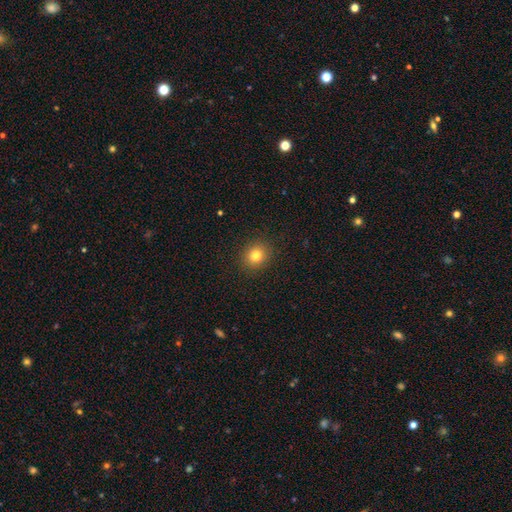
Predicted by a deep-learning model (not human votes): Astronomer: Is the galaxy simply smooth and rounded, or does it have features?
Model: smooth — 81%.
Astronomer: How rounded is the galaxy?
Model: round — 80%.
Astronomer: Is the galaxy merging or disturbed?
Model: none — 91%.